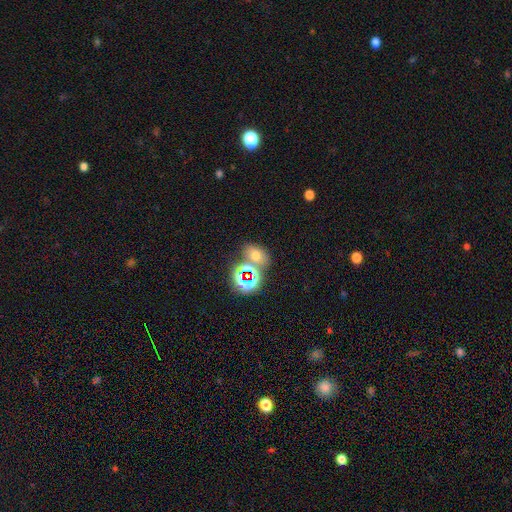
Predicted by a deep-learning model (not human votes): A smooth galaxy with no disk features (57%) that is in between round and cigar-shaped (64%).

Vote fractions:
- Smooth or featured? smooth: 57% / star or artifact: 30% / featured or disk: 13%
- How rounded? in between: 64% / round: 35% / cigar-shaped: 1%
- Merging? none: 60% / merger: 24% / minor disturbance: 11% / major disturbance: 5%